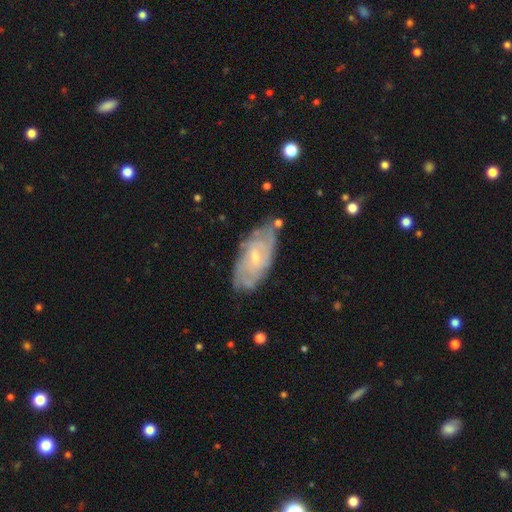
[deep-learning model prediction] Smooth or featured: featured or disk — 74% (smooth — 19%)
Edge-on disk: no — 91% (yes — 9%)
Bar: no — 50% (weak — 42%)
Spiral arms: yes — 86% (no — 14%)
Spiral winding: tight — 64% (medium — 28%)
Spiral arm count: can't tell — 53% (2 — 20%)
Bulge size: small — 63% (moderate — 33%)
Merging: none — 68% (minor disturbance — 23%)